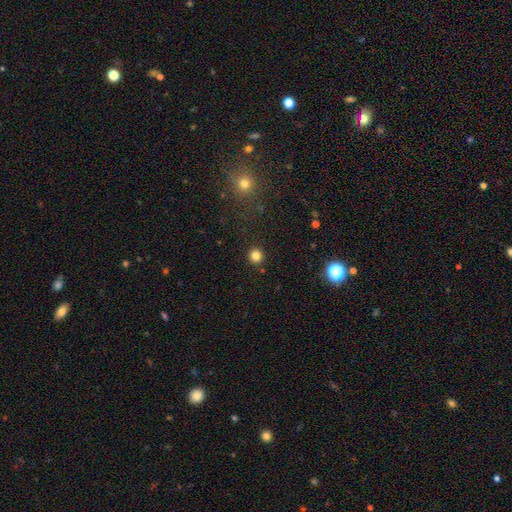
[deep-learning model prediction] Smooth or featured: smooth — 82% (star or artifact — 14%)
How rounded: round — 95% (in between — 4%)
Merging: none — 92% (minor disturbance — 4%)